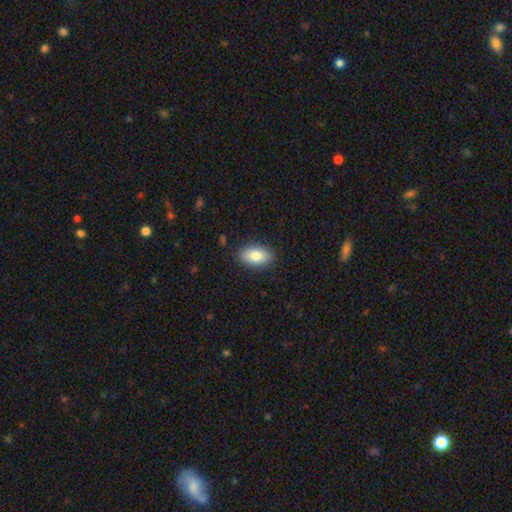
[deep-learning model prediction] smooth-or-featured: smooth: 83% | featured or disk: 10% | star or artifact: 7%
  how-rounded: in between: 92% | round: 5% | cigar-shaped: 3%
  merging: none: 87% | minor disturbance: 9% | major disturbance: 2% | merger: 1%